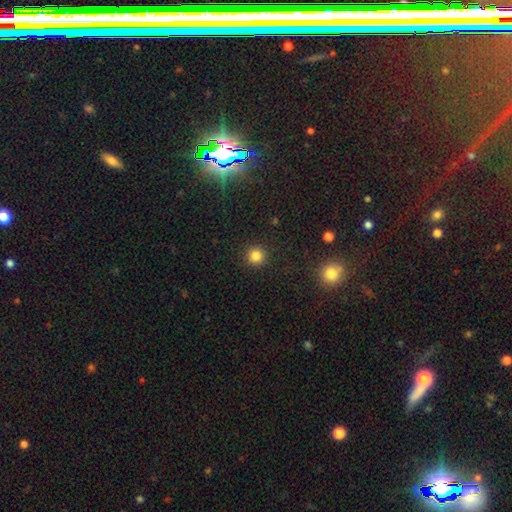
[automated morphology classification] The model was most divided on "smooth or featured": smooth: 83%, star or artifact: 13%, featured or disk: 4%. More confident: how rounded — round (95%); merging — none (92%).